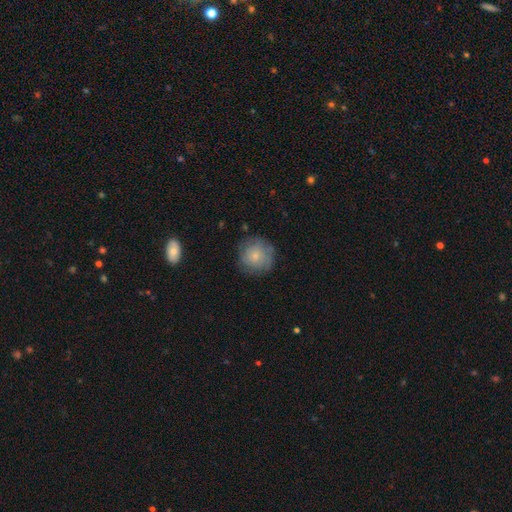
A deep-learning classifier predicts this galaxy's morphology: type=smooth (65%); roundness=round (92%); merging=none (78%).